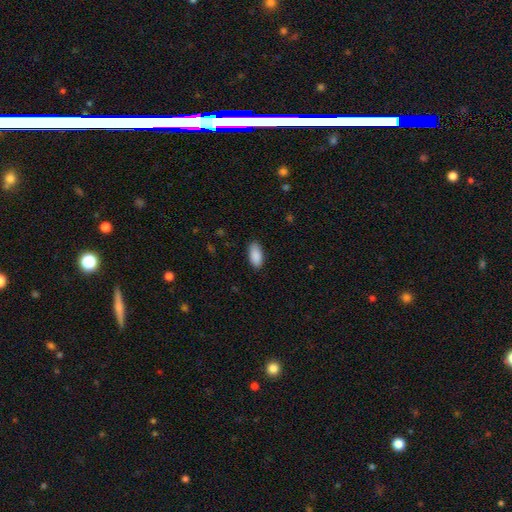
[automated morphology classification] A smooth galaxy with no disk features (90%) that is in between round and cigar-shaped (92%).

Vote fractions:
- Smooth or featured? smooth: 90% / star or artifact: 6% / featured or disk: 3%
- How rounded? in between: 92% / cigar-shaped: 6% / round: 2%
- Merging? none: 87% / minor disturbance: 10% / major disturbance: 2% / merger: 1%